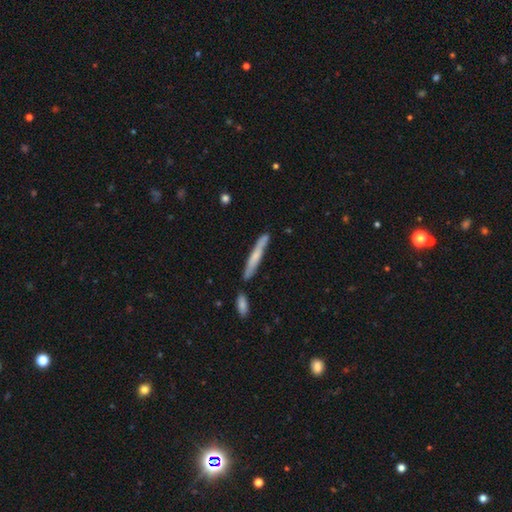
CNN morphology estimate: This is possibly a smooth galaxy (55%). How rounded: clearly cigar-shaped (95%). Merging: likely none (78%).